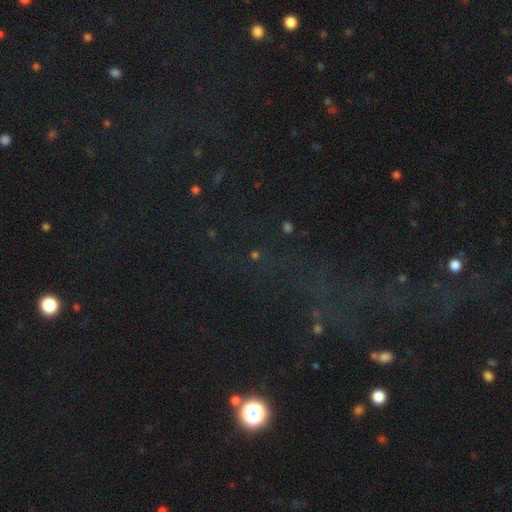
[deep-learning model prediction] Smooth or featured?
  - star or artifact: 69% *
  - smooth: 21%
  - featured or disk: 9%